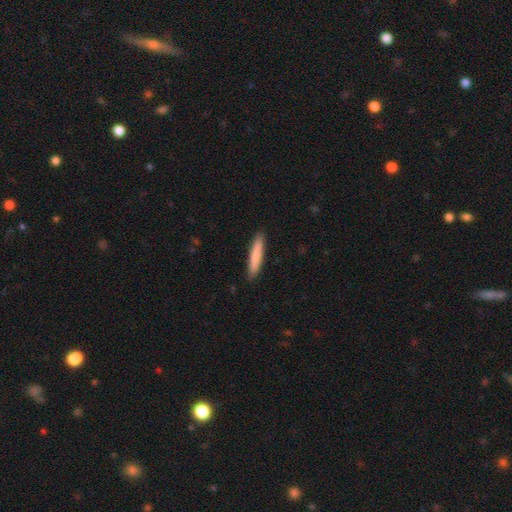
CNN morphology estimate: smooth_or_featured: smooth (p=0.79) [alt: featured or disk p=0.15]
how_rounded: cigar-shaped (p=0.92) [alt: in between p=0.07]
merging: none (p=0.90) [alt: minor disturbance p=0.08]